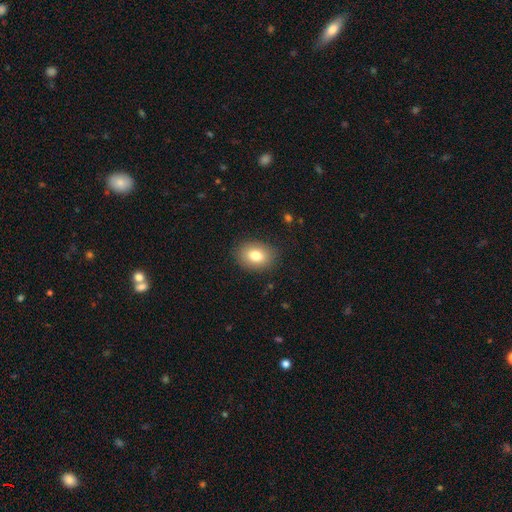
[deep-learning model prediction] The model was most divided on "how rounded": in between: 64%, round: 35%, cigar-shaped: 1%. More confident: merging — none (87%); smooth or featured — smooth (79%).